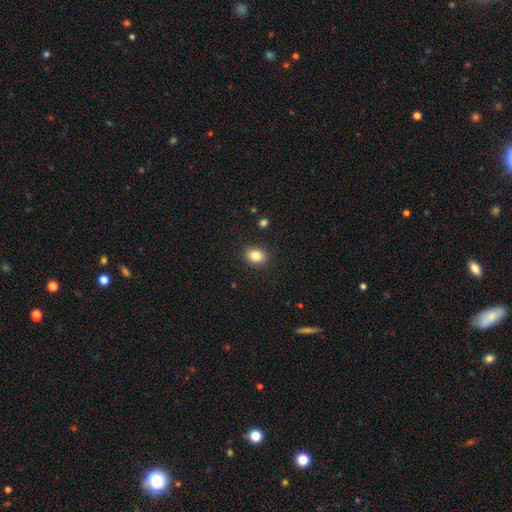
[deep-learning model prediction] Q: Smooth or featured?
A: smooth (84%); runner-up: star or artifact (10%)
Q: How rounded?
A: in between (57%); runner-up: round (42%)
Q: Merging?
A: none (90%); runner-up: minor disturbance (7%)